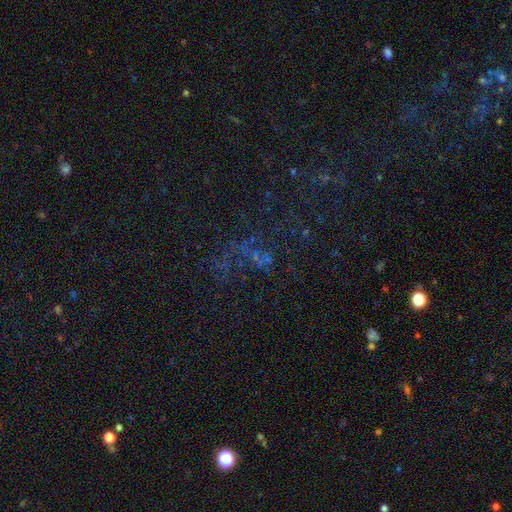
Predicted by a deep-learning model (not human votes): This appears to be a star or artifact, not a galaxy (59%).